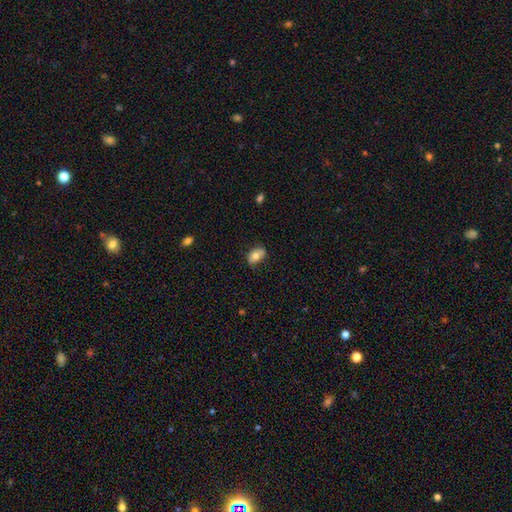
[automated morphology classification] Smooth or featured? smooth (75%)
How rounded? in between (87%)
Merging? none (74%)